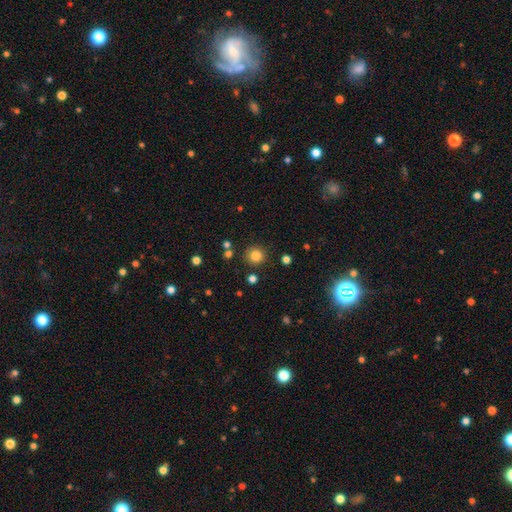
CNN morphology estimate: This appears to be a smooth galaxy with no disk features (82%) that is round (94%). Merging: none (88%).